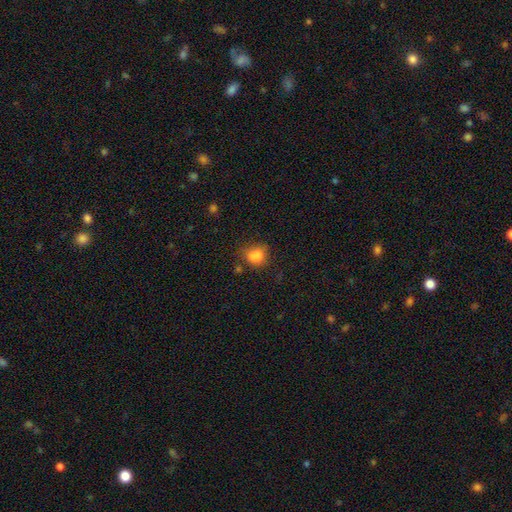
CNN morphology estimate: Smooth or featured?
  - smooth: 81% *
  - star or artifact: 12%
  - featured or disk: 7%
How rounded?
  - round: 56% *
  - in between: 43%
  - cigar-shaped: 1%
Merging?
  - none: 56% *
  - minor disturbance: 25%
  - merger: 10%
  - major disturbance: 9%